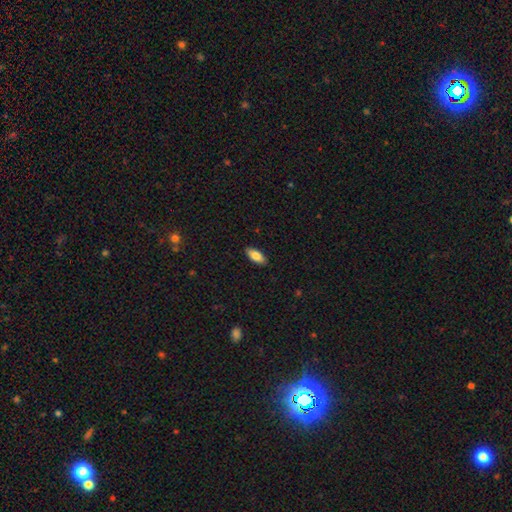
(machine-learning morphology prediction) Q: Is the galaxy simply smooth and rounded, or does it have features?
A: smooth — 83%.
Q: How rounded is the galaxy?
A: in between — 86%.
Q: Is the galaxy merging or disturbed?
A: none — 89%.